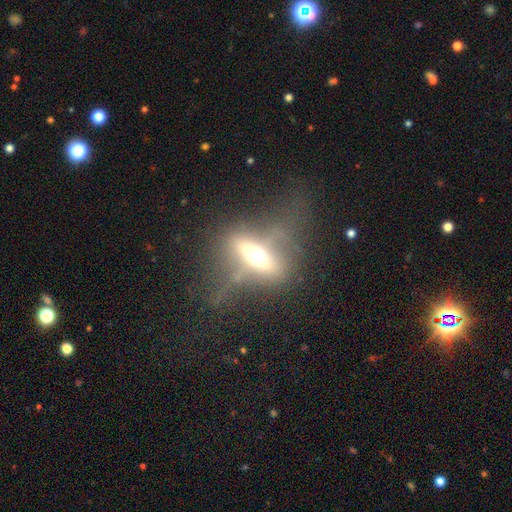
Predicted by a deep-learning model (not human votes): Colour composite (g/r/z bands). It shows a featured or disk galaxy (54%) viewed edge-on (64%). Merging: none (52%).